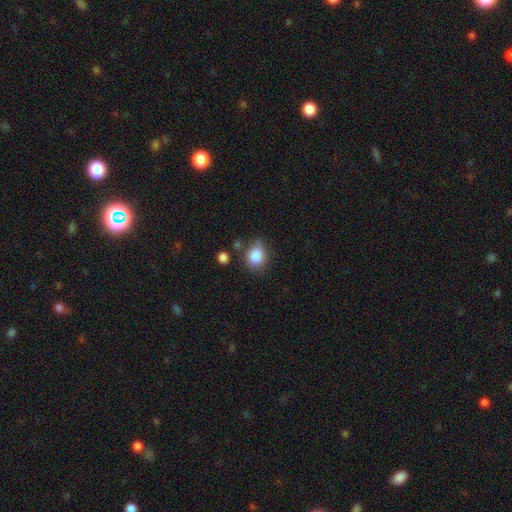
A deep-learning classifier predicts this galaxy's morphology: Smooth or featured? smooth (86%)
How rounded? round (54%)
Merging? none (62%)